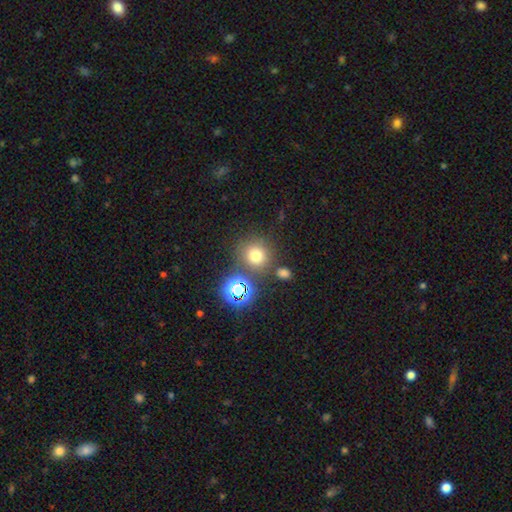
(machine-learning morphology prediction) Smooth or featured? smooth (69%)
How rounded? round (89%)
Merging? none (76%)